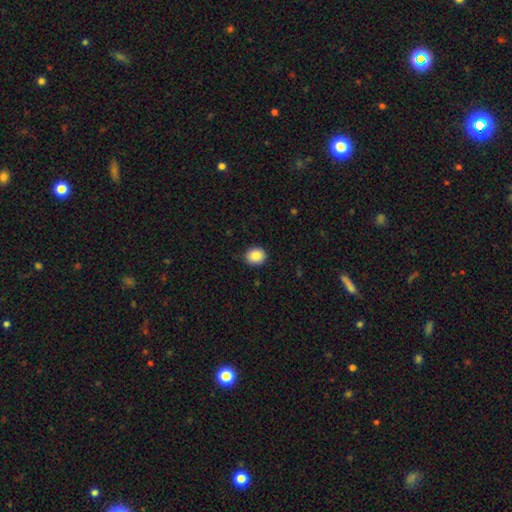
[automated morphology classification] type=smooth (87%); roundness=round (78%); merging=none (89%).